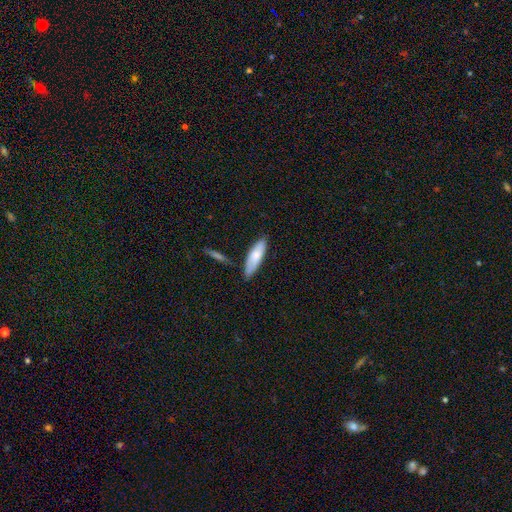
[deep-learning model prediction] Morphology: type=smooth (78%); roundness=cigar-shaped (52%); merging=none (76%).